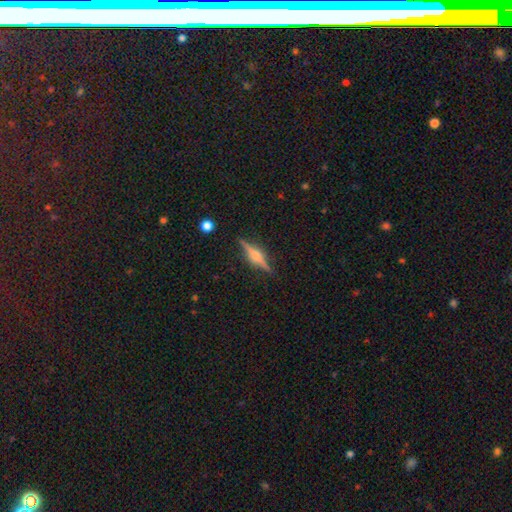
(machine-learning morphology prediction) This is likely a featured or disk galaxy (79%). It is clearly viewed edge-on (97%). Edge-on bulge: clearly rounded (83%). Merging: clearly none (88%).